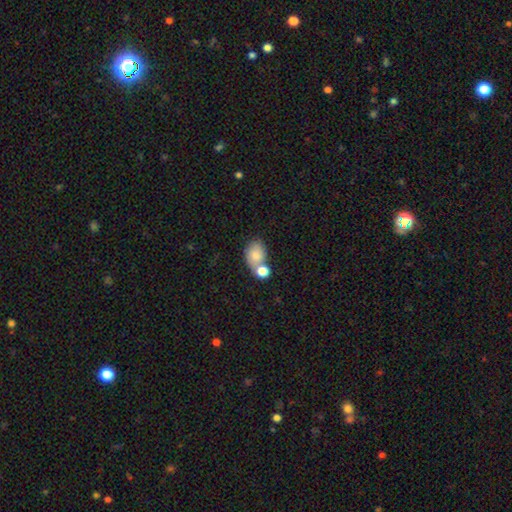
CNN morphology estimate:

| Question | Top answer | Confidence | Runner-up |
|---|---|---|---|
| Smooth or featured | smooth | 80% | featured or disk (11%) |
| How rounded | in between | 69% | round (30%) |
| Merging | none | 43% | merger (37%) |